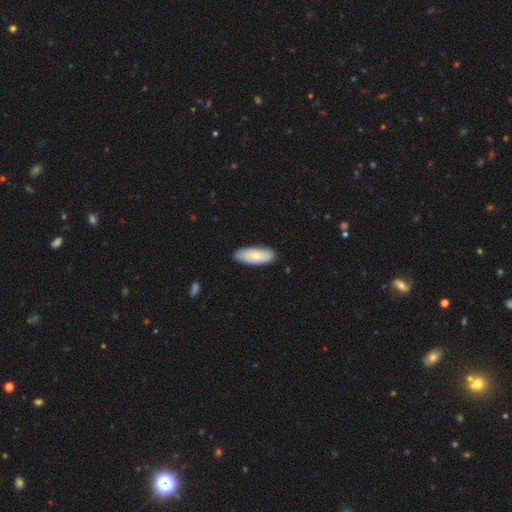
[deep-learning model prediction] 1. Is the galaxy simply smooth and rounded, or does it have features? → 72% smooth, 22% featured or disk, 5% star or artifact.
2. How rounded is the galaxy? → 80% in between, 18% cigar-shaped, 2% round.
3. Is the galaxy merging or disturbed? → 86% none, 11% minor disturbance, 2% major disturbance, 1% merger.